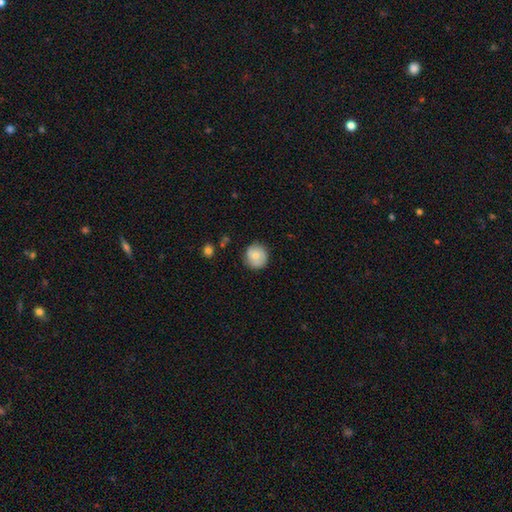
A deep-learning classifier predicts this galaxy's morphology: smooth_or_featured: smooth (p=0.77) [alt: featured or disk p=0.16]
how_rounded: round (p=0.90) [alt: in between p=0.09]
merging: none (p=0.83) [alt: minor disturbance p=0.13]